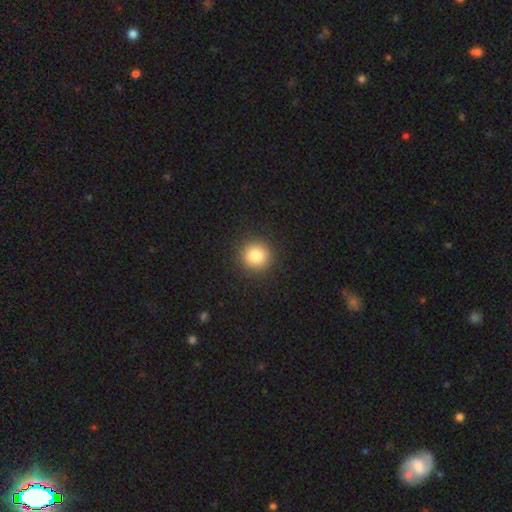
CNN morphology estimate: This is clearly a smooth galaxy (84%). How rounded: clearly round (93%). Merging: clearly none (91%).